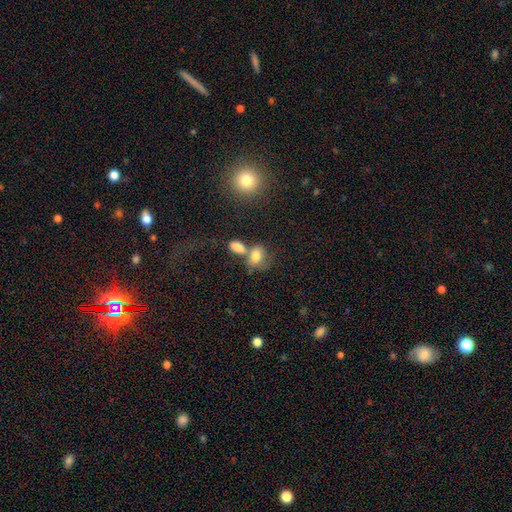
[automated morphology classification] smooth-or-featured: smooth: 77% | featured or disk: 13% | star or artifact: 11%
  how-rounded: in between: 69% | round: 29% | cigar-shaped: 2%
  merging: merger: 46% | none: 34% | minor disturbance: 12% | major disturbance: 8%